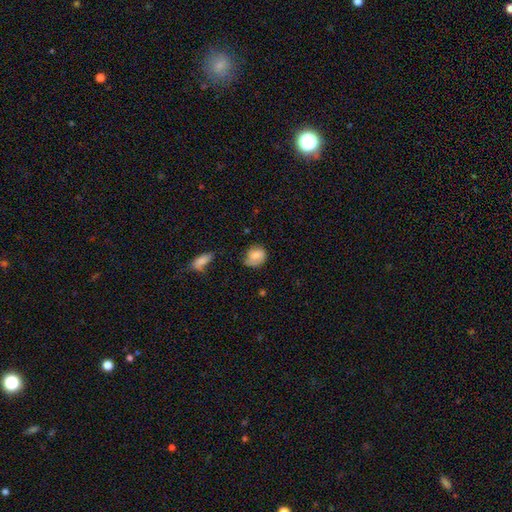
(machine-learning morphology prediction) This is likely a smooth galaxy (65%). How rounded: likely round (62%). Merging: possibly none (52%).